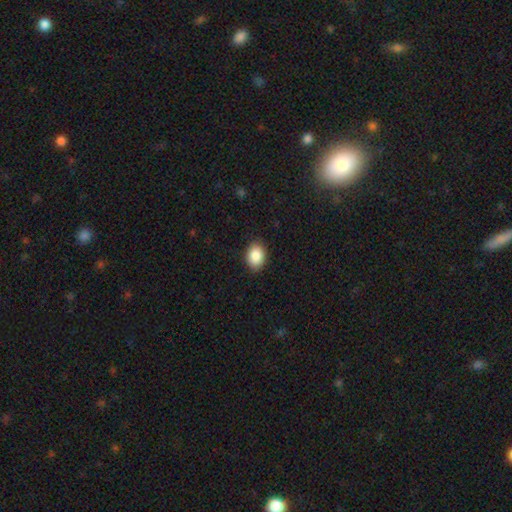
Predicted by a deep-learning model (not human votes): Smooth or featured: smooth — 88% (star or artifact — 7%)
How rounded: in between — 73% (round — 26%)
Merging: none — 89% (minor disturbance — 8%)